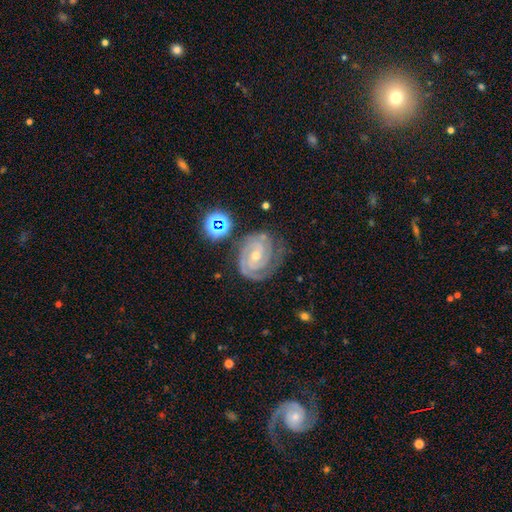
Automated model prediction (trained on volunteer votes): This is clearly a featured or disk galaxy (88%). It is clearly not viewed edge-on (97%). Bar: possibly no (53%). Spiral arm pattern: clearly yes (98%). Spiral arm count: possibly 2 (50%). Spiral winding: likely tight (78%). Central bulge: possibly small (54%). Merging: likely none (71%).